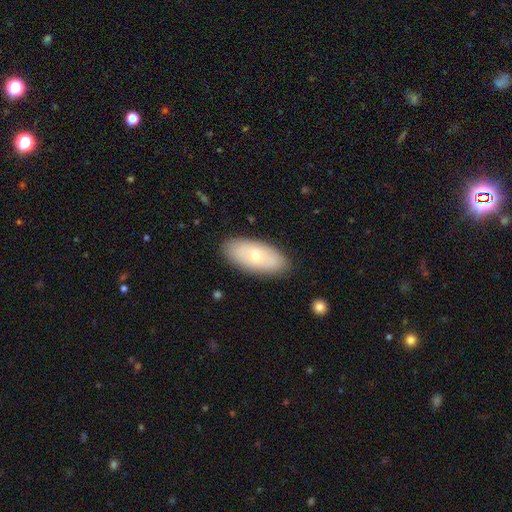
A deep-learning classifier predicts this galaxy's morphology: This is possibly a smooth galaxy (59%). How rounded: clearly in between (91%). Merging: clearly none (85%).